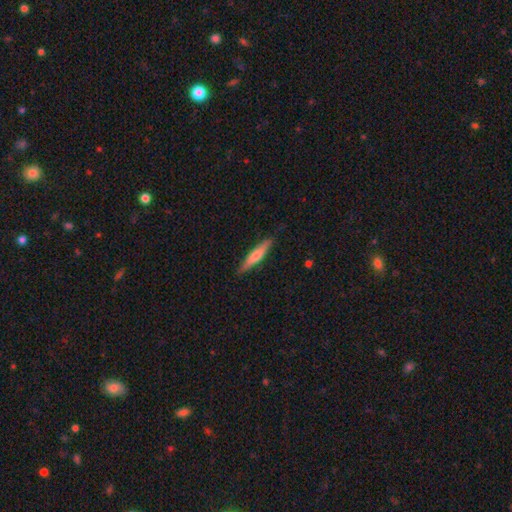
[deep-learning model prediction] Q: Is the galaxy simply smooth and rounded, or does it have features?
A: smooth — 56%.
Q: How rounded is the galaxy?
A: cigar-shaped — 89%.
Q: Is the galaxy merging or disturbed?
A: none — 87%.